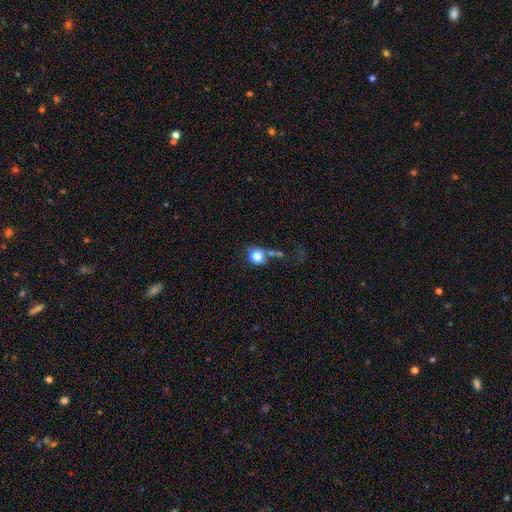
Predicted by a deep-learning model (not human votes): smooth_or_featured: smooth (p=0.80) [alt: star or artifact p=0.10]
how_rounded: round (p=0.82) [alt: in between p=0.16]
merging: none (p=0.47) [alt: merger p=0.22]